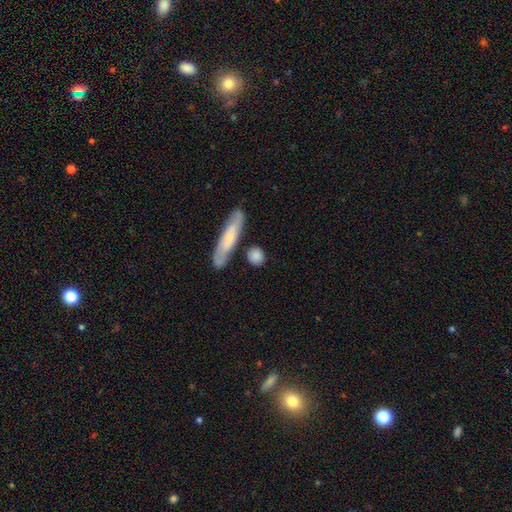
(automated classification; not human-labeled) Smooth or featured? Predicted: smooth (p=0.80). How rounded? Predicted: round (p=0.60). Merging? Predicted: none (p=0.76).